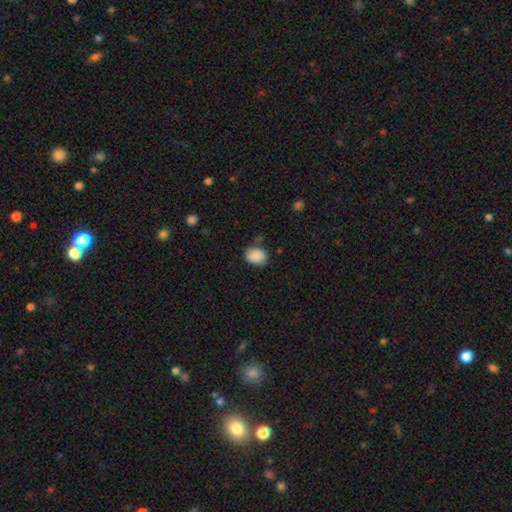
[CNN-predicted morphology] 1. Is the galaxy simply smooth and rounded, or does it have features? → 89% smooth, 8% star or artifact, 3% featured or disk.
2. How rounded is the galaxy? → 60% in between, 39% round, 1% cigar-shaped.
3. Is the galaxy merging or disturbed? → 78% none, 16% minor disturbance, 4% major disturbance, 3% merger.